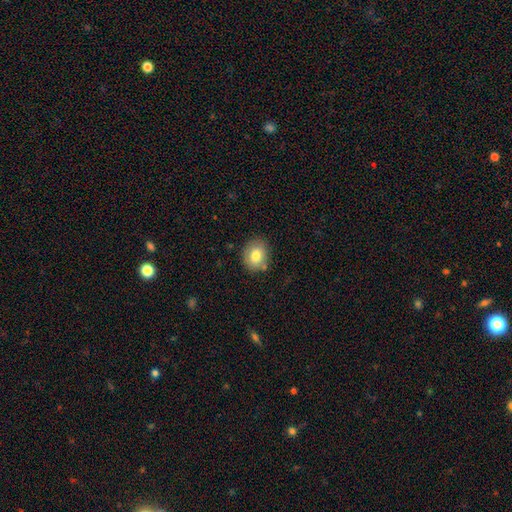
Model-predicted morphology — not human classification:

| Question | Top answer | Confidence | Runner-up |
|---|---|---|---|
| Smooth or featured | smooth | 78% | featured or disk (14%) |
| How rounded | round | 57% | in between (42%) |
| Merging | none | 79% | minor disturbance (14%) |